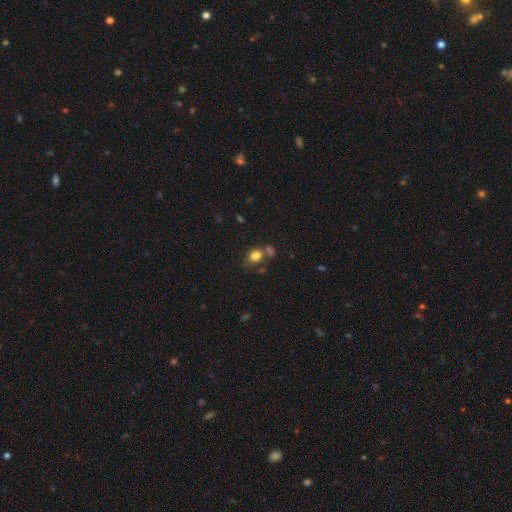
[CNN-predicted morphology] A smooth galaxy with no disk features (80%) that is in between round and cigar-shaped (52%).

Vote fractions:
- Smooth or featured? smooth: 80% / star or artifact: 12% / featured or disk: 9%
- How rounded? in between: 52% / round: 47% / cigar-shaped: 1%
- Merging? none: 53% / merger: 22% / minor disturbance: 17% / major disturbance: 7%